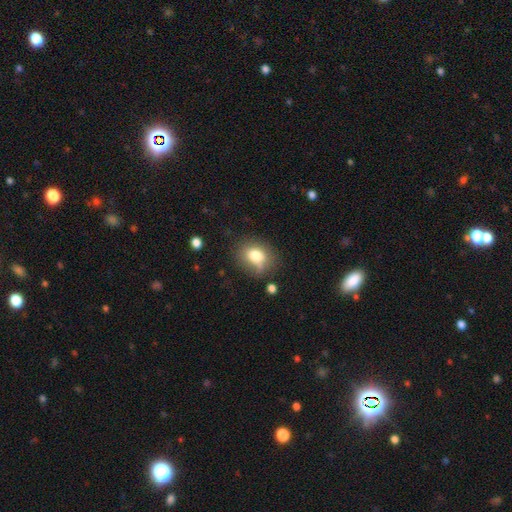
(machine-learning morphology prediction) A smooth galaxy with no disk features (77%) that is in between round and cigar-shaped (50%). Merging: none (62%).